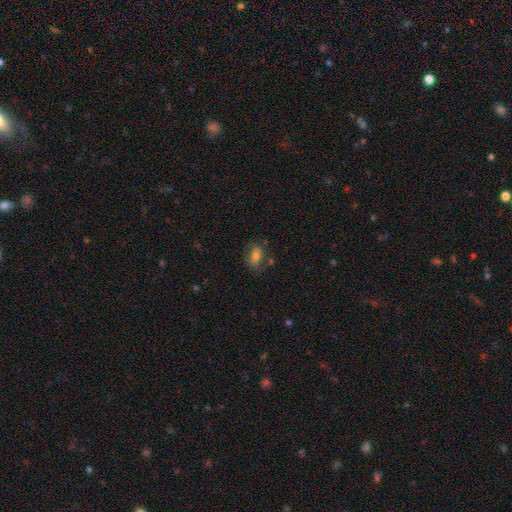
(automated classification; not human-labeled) smooth_or_featured: smooth (p=0.68) [alt: featured or disk p=0.21]
how_rounded: in between (p=0.77) [alt: round p=0.21]
merging: none (p=0.65) [alt: minor disturbance p=0.20]